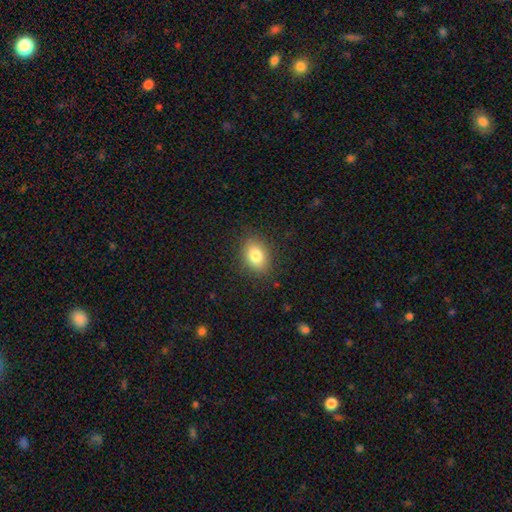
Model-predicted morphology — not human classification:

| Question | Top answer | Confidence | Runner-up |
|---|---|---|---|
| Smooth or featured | smooth | 81% | featured or disk (9%) |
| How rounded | in between | 73% | round (26%) |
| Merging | none | 86% | minor disturbance (10%) |